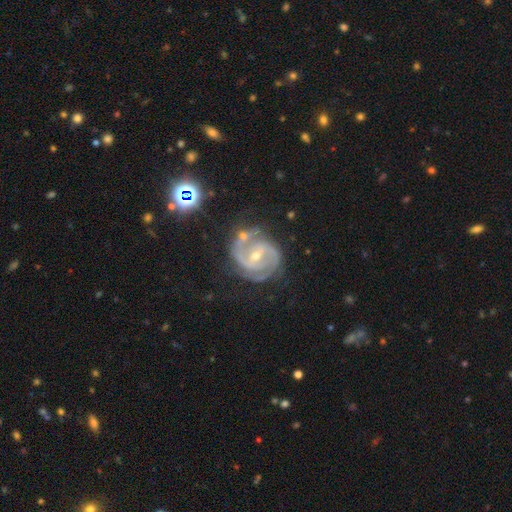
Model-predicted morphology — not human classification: Smooth or featured?
  - featured or disk: 90% *
  - star or artifact: 6%
  - smooth: 4%
Edge-on disk?
  - no: 98% *
  - yes: 2%
Bar?
  - weak: 47% *
  - strong: 32%
  - no: 21%
Spiral arms?
  - yes: 98% *
  - no: 2%
Spiral winding?
  - tight: 49% *
  - medium: 44%
  - loose: 7%
Spiral arm count?
  - 2: 70% *
  - 3: 15%
  - can't tell: 7%
  - 4: 3%
  - 1: 3%
  - more than 4: 2%
Bulge size?
  - small: 59% *
  - moderate: 38%
  - none: 1%
  - large: 1%
  - dominant: 1%
Merging?
  - none: 61% *
  - minor disturbance: 20%
  - major disturbance: 10%
  - merger: 9%